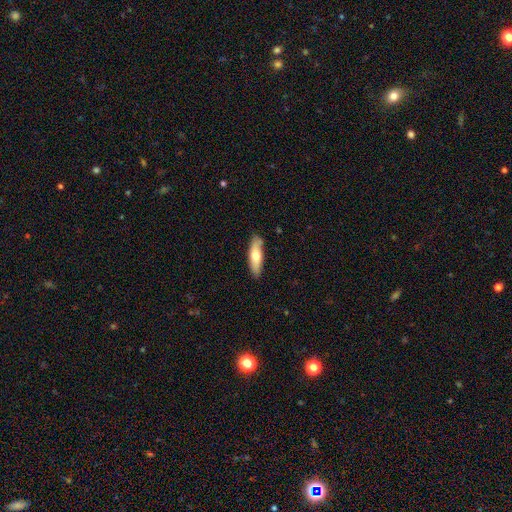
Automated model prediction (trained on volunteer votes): Q: Smooth or featured?
A: smooth (63%); runner-up: featured or disk (31%)
Q: How rounded?
A: cigar-shaped (53%); runner-up: in between (45%)
Q: Merging?
A: none (83%); runner-up: minor disturbance (13%)